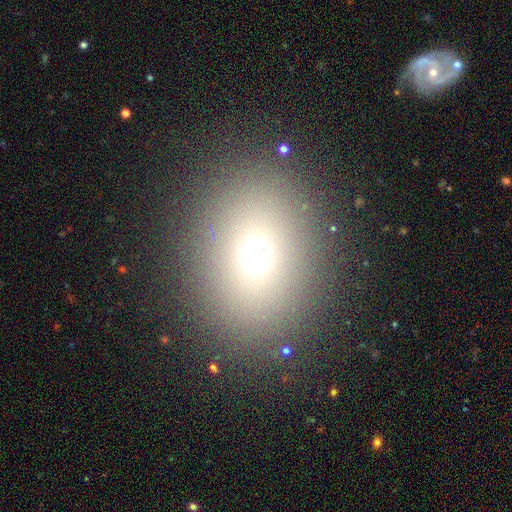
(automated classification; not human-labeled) Smooth or featured? Predicted: smooth (p=0.67). How rounded? Predicted: round (p=0.50). Merging? Predicted: none (p=0.86).